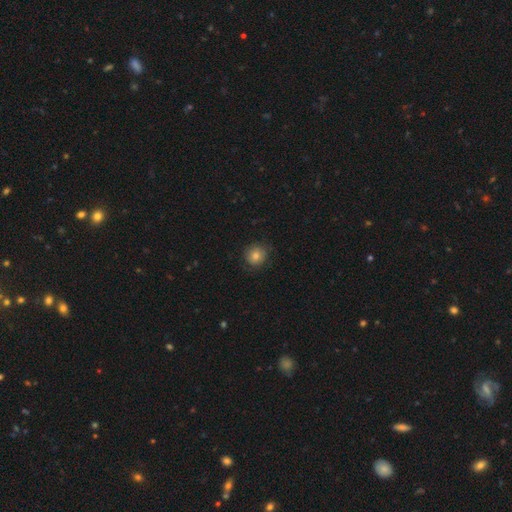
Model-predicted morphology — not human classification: A smooth galaxy with no disk features (76%) that is round (88%).

Vote fractions:
- Smooth or featured? smooth: 76% / featured or disk: 13% / star or artifact: 11%
- How rounded? round: 88% / in between: 11% / cigar-shaped: 1%
- Merging? none: 79% / minor disturbance: 15% / major disturbance: 5% / merger: 1%